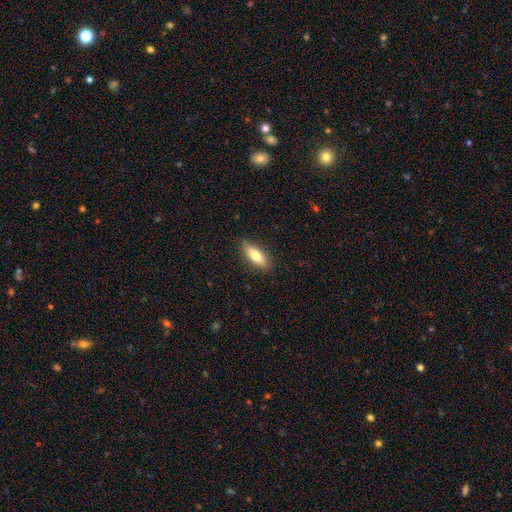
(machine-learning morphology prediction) smooth 72%, featured or disk 21%, star or artifact 6%. Down the decision tree: how rounded — in between (66%); merging — none (85%).